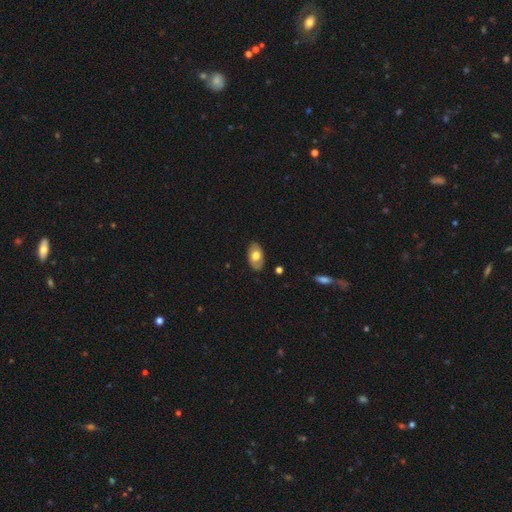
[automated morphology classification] Smooth or featured: smooth — 60% (featured or disk — 34%)
How rounded: in between — 92% (round — 7%)
Merging: none — 83% (minor disturbance — 13%)